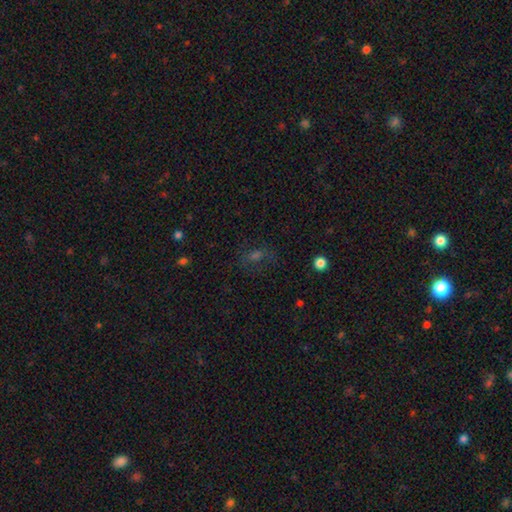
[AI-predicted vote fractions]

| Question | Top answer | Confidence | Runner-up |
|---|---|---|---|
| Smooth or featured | smooth | 40% | star or artifact (37%) |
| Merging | none | 66% | minor disturbance (18%) |